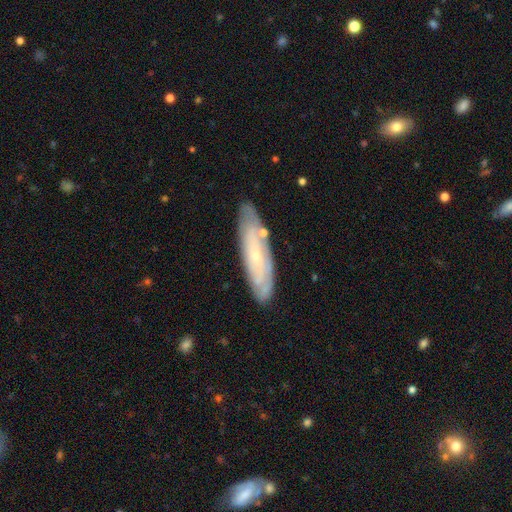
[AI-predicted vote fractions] Smooth or featured: featured or disk — 63% (smooth — 30%)
Edge-on disk: no — 69% (yes — 31%)
Merging: none — 80% (minor disturbance — 14%)